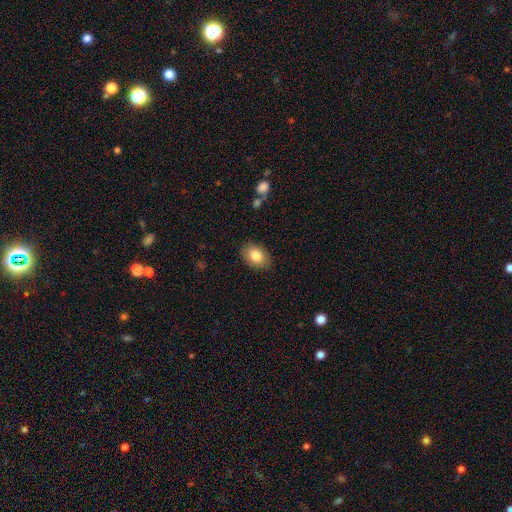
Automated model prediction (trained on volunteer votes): Morphology: type=smooth (82%); roundness=in between (85%); merging=none (87%).